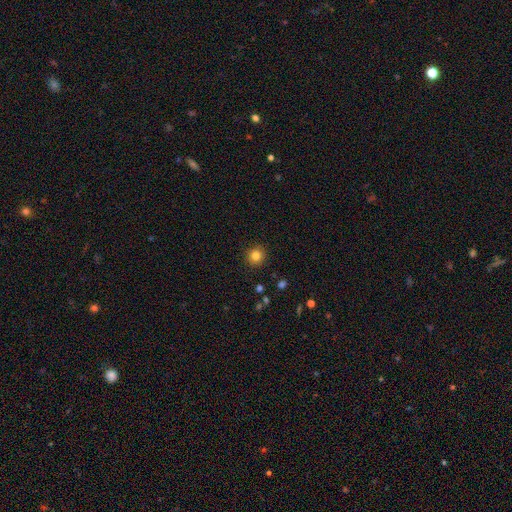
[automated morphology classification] Smooth or featured: smooth — 82% (star or artifact — 12%)
How rounded: round — 92% (in between — 7%)
Merging: none — 91% (minor disturbance — 6%)